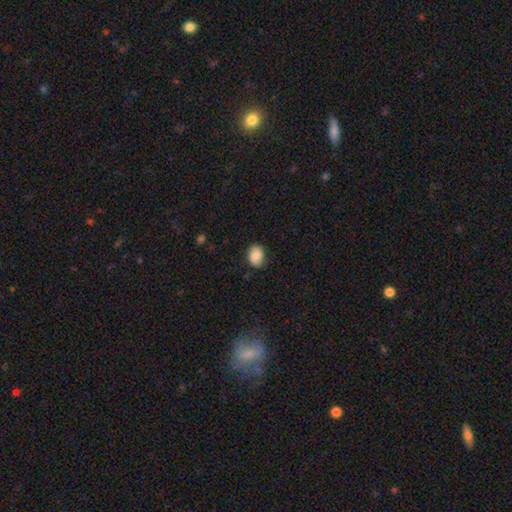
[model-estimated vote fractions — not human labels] Smooth or featured: smooth — 83% (featured or disk — 9%)
How rounded: in between — 66% (round — 33%)
Merging: none — 81% (minor disturbance — 15%)